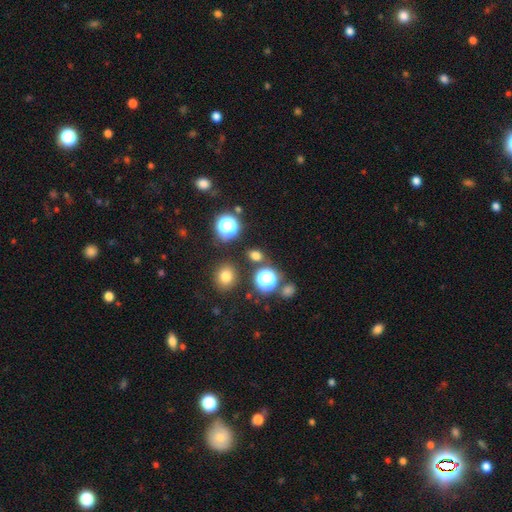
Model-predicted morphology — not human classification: Smooth or featured?
  - smooth: 63% *
  - star or artifact: 29%
  - featured or disk: 8%
How rounded?
  - round: 59% *
  - in between: 39%
  - cigar-shaped: 3%
Merging?
  - none: 81% *
  - minor disturbance: 9%
  - merger: 6%
  - major disturbance: 4%